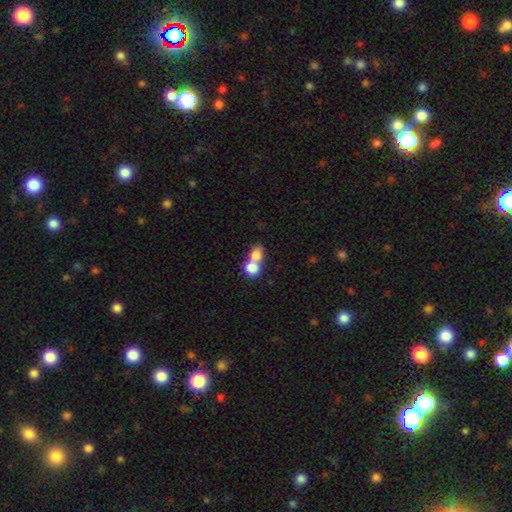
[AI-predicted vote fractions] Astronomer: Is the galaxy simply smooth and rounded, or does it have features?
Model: smooth — 77%.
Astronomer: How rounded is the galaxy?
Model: round — 56% (runner-up: in between, 42%).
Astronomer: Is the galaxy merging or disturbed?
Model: merger — 70%.